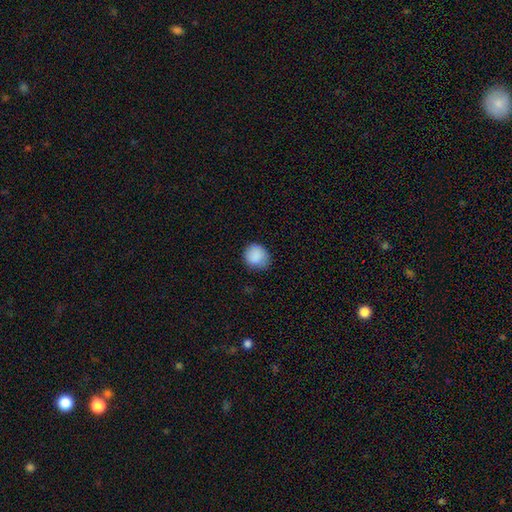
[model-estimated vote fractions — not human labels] A smooth galaxy with no disk features (88%) that is round (80%). Merging: none (75%).